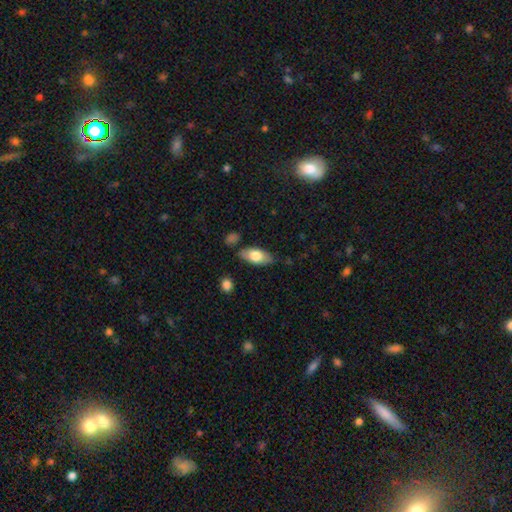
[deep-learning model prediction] Smooth or featured? smooth (72%)
How rounded? in between (88%)
Merging? none (79%)